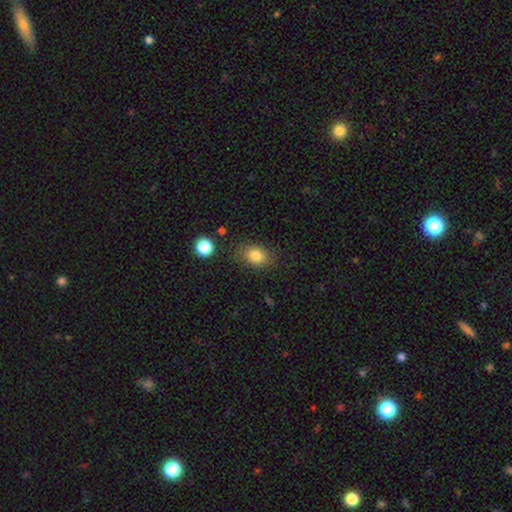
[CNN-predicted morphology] Smooth or featured? Predicted: smooth (p=0.82). How rounded? Predicted: in between (p=0.62). Merging? Predicted: none (p=0.79).